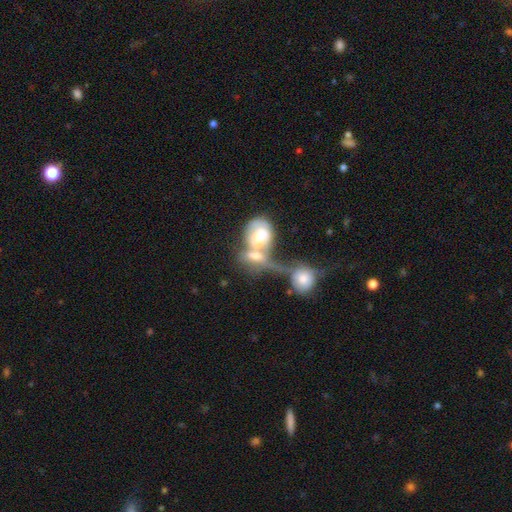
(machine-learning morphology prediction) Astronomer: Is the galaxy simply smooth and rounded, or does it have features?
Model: featured or disk — 47% (runner-up: smooth, 44%).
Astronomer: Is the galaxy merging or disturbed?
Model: merger — 73%.